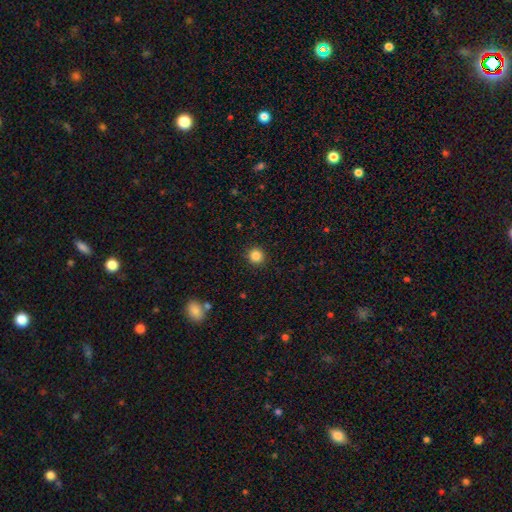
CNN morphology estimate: The model was most divided on "smooth or featured": smooth: 85%, star or artifact: 11%, featured or disk: 4%. More confident: how rounded — round (92%); merging — none (92%).